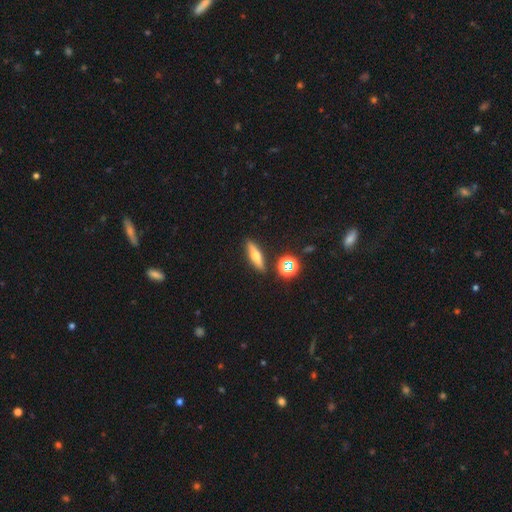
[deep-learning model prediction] This appears to be a smooth galaxy with no disk features (49%). Merging: none (87%).